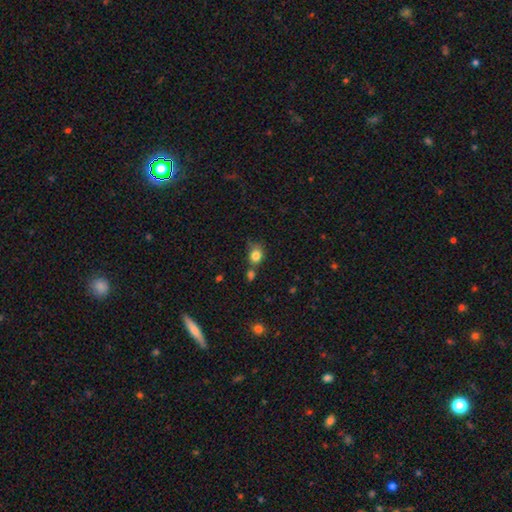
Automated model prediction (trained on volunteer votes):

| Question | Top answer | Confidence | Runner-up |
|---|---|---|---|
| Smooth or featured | smooth | 82% | star or artifact (11%) |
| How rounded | round | 58% | in between (41%) |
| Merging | none | 54% | merger (22%) |